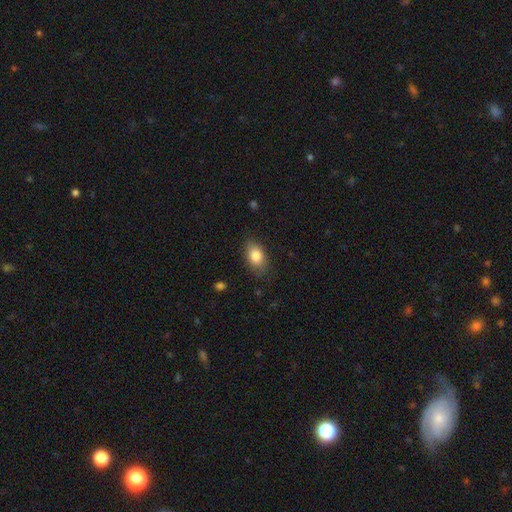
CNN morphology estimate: The model was most divided on "merging": none: 79%, minor disturbance: 16%, major disturbance: 4%, merger: 1%. More confident: how rounded — in between (87%); smooth or featured — smooth (84%).